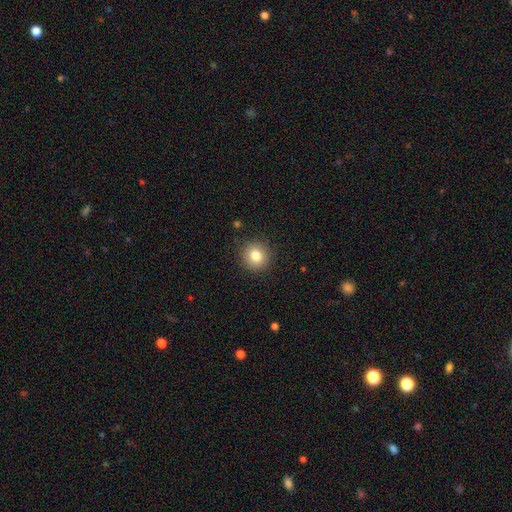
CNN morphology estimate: Smooth or featured? smooth (81%)
How rounded? round (92%)
Merging? none (90%)